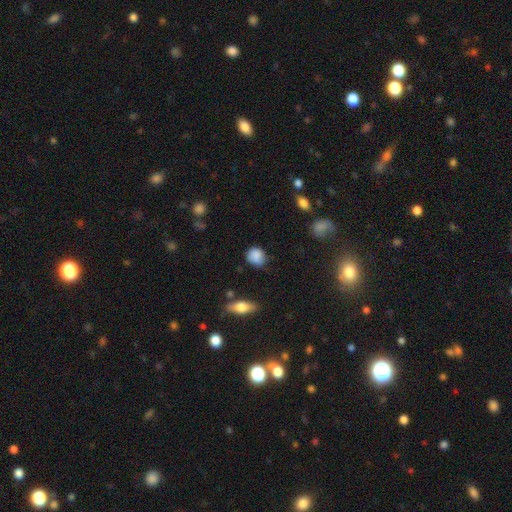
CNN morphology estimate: type=smooth (86%); roundness=round (72%); merging=none (70%).